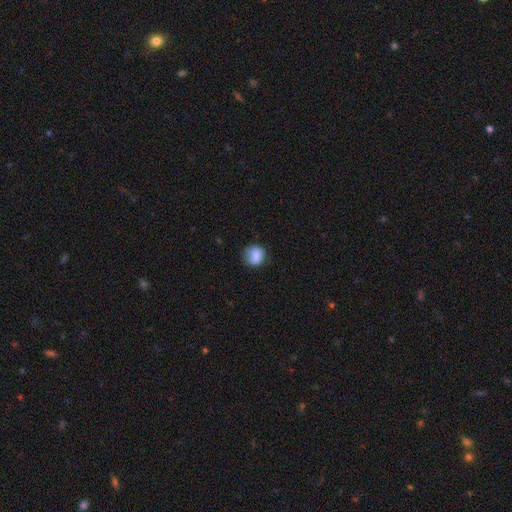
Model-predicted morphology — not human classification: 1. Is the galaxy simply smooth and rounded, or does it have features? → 82% smooth, 10% featured or disk, 8% star or artifact.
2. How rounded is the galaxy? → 78% round, 21% in between, 1% cigar-shaped.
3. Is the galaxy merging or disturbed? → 70% none, 22% minor disturbance, 6% major disturbance, 2% merger.